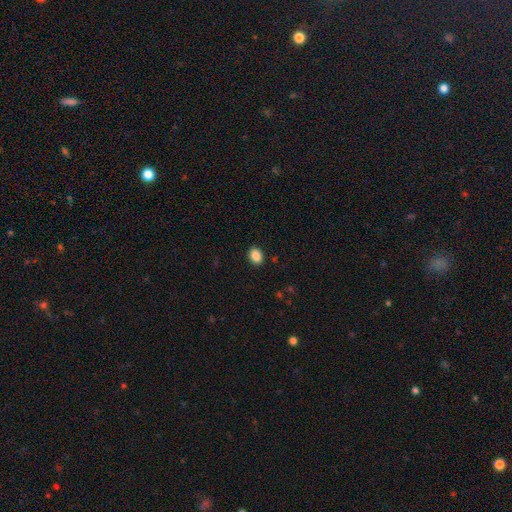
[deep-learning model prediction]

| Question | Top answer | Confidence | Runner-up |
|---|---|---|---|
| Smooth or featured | smooth | 88% | star or artifact (9%) |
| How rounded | in between | 68% | round (31%) |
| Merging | none | 90% | minor disturbance (7%) |